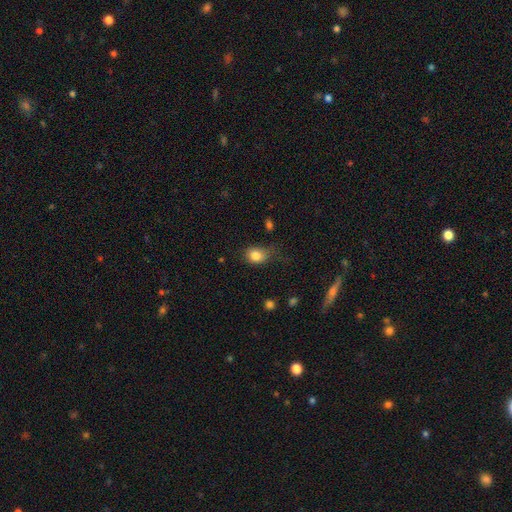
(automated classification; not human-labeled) Smooth or featured?
  - smooth: 81% *
  - star or artifact: 10%
  - featured or disk: 8%
How rounded?
  - in between: 52% *
  - round: 47%
  - cigar-shaped: 1%
Merging?
  - none: 52% *
  - minor disturbance: 32%
  - major disturbance: 14%
  - merger: 2%